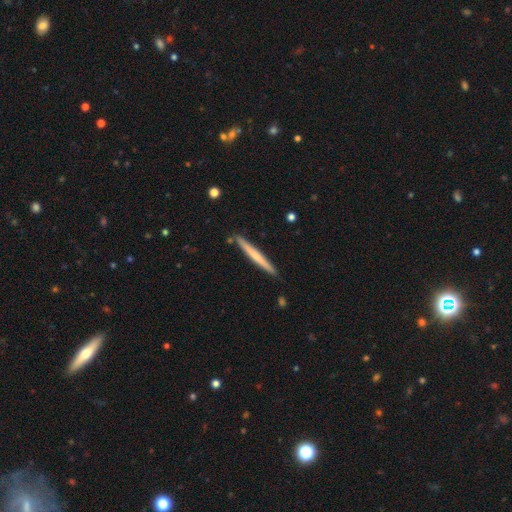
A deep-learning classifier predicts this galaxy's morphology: smooth_or_featured: smooth (p=0.57) [alt: featured or disk p=0.38]
how_rounded: cigar-shaped (p=0.97) [alt: in between p=0.02]
merging: none (p=0.89) [alt: minor disturbance p=0.08]